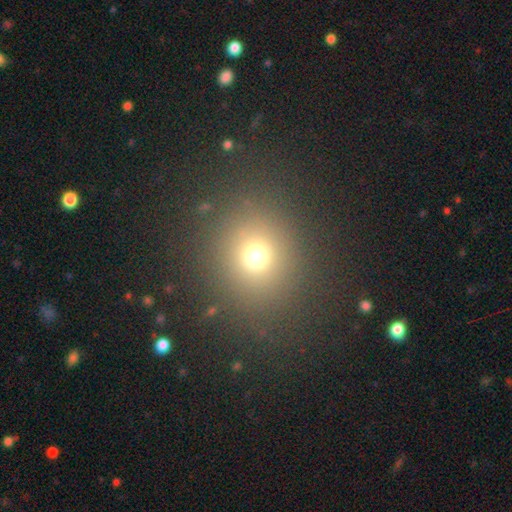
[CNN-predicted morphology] Smooth or featured: smooth — 70% (star or artifact — 21%)
How rounded: round — 83% (in between — 16%)
Merging: none — 87% (minor disturbance — 7%)